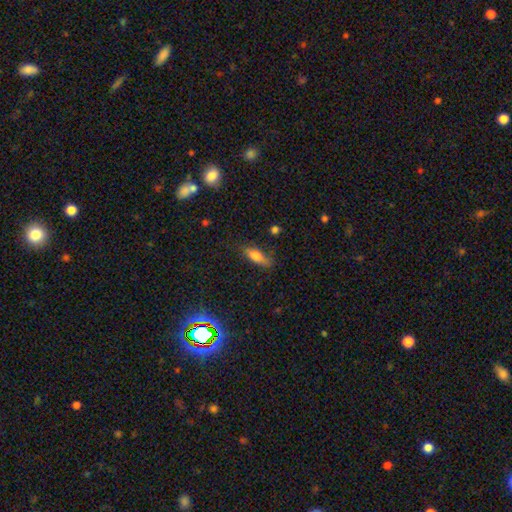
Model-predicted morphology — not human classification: Smooth or featured: smooth — 74% (featured or disk — 17%)
How rounded: in between — 67% (cigar-shaped — 30%)
Merging: none — 68% (minor disturbance — 23%)